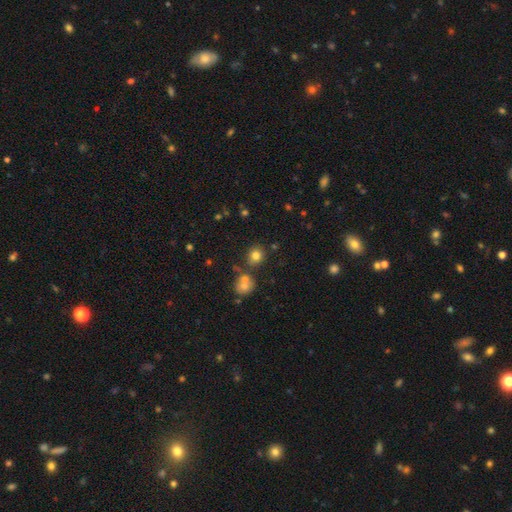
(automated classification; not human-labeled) smooth_or_featured: smooth (p=0.78) [alt: star or artifact p=0.14]
how_rounded: round (p=0.82) [alt: in between p=0.17]
merging: none (p=0.75) [alt: merger p=0.13]